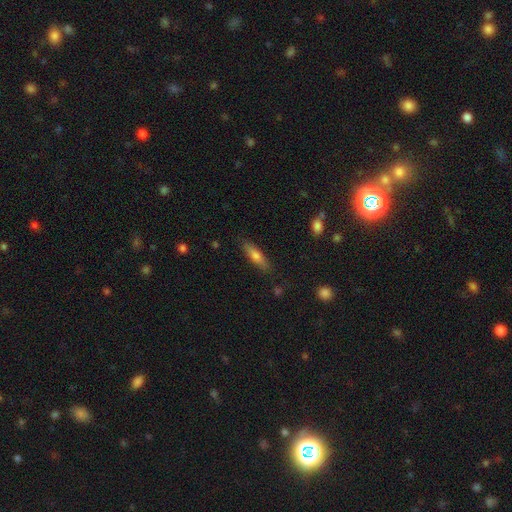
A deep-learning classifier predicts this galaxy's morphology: A smooth galaxy with no disk features (67%) that is cigar-shaped (63%). Merging: none (84%).